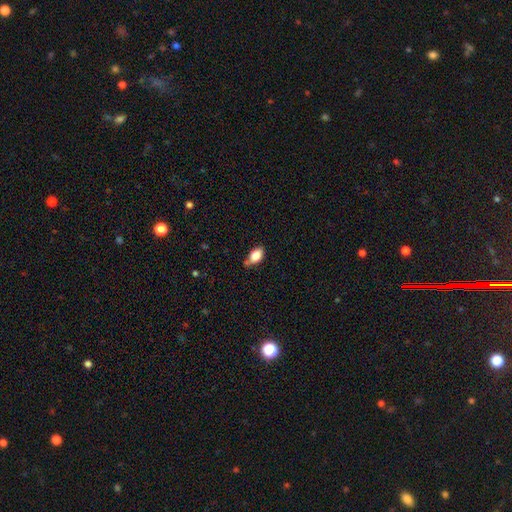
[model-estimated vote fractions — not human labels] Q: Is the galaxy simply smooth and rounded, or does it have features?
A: smooth — 84%.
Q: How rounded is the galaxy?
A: in between — 89%.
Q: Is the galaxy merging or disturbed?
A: none — 64%.